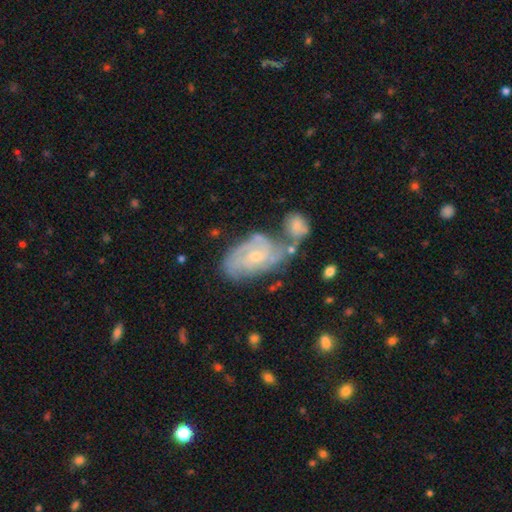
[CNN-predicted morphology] Smooth or featured?
  - featured or disk: 78% *
  - smooth: 16%
  - star or artifact: 6%
Edge-on disk?
  - no: 96% *
  - yes: 4%
Bar?
  - no: 65% *
  - weak: 30%
  - strong: 5%
Spiral arms?
  - yes: 91% *
  - no: 9%
Spiral winding?
  - tight: 56% *
  - medium: 34%
  - loose: 10%
Spiral arm count?
  - can't tell: 36% *
  - 2: 27%
  - 3: 20%
  - 4: 8%
  - 1: 5%
  - more than 4: 4%
Bulge size?
  - small: 63% *
  - moderate: 33%
  - none: 2%
  - large: 1%
  - dominant: 1%
Merging?
  - none: 44% *
  - merger: 24%
  - minor disturbance: 21%
  - major disturbance: 11%